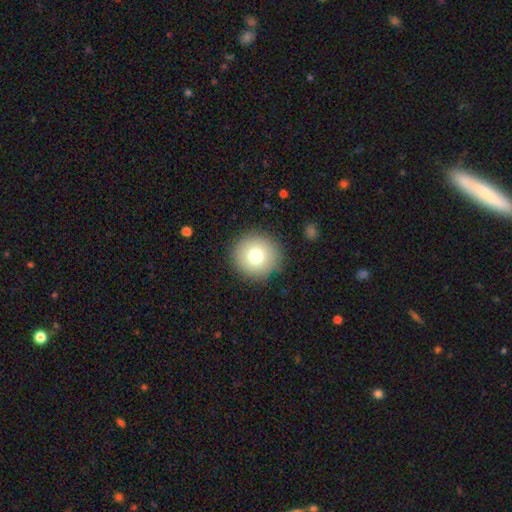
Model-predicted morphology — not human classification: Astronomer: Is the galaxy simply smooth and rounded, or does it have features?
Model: smooth — 75%.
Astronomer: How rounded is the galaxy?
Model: round — 94%.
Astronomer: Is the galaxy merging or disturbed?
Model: none — 90%.